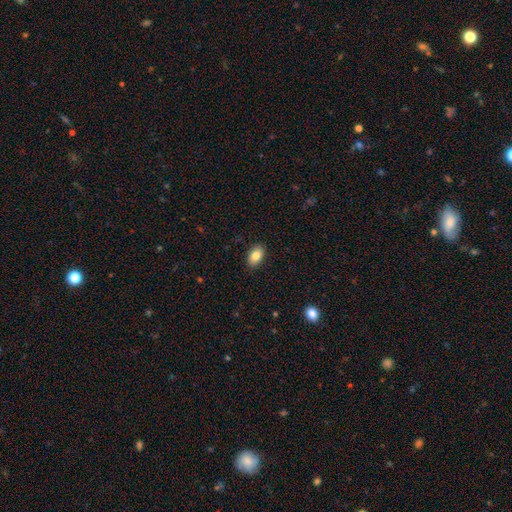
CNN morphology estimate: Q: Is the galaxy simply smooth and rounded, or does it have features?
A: smooth — 85%.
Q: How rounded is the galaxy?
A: in between — 90%.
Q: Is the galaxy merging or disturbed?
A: none — 89%.